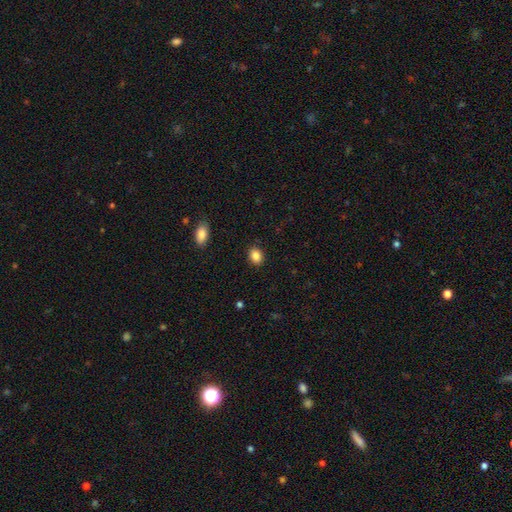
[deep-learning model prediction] Smooth or featured?
  - smooth: 86% *
  - star or artifact: 9%
  - featured or disk: 5%
How rounded?
  - in between: 56% *
  - round: 43%
  - cigar-shaped: 1%
Merging?
  - none: 88% *
  - minor disturbance: 8%
  - major disturbance: 2%
  - merger: 1%